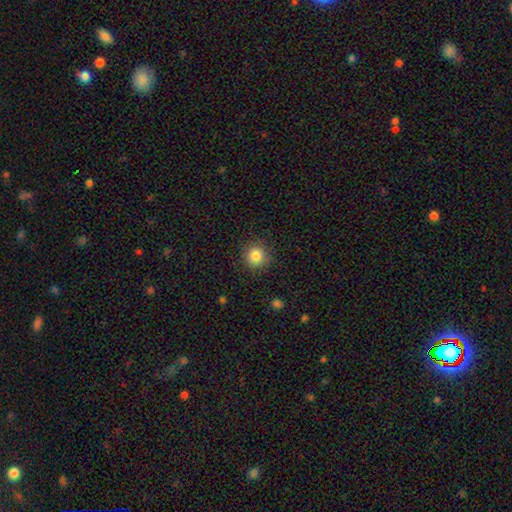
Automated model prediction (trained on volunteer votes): smooth 84%, star or artifact 11%, featured or disk 5%. Down the decision tree: how rounded — round (93%); merging — none (89%).